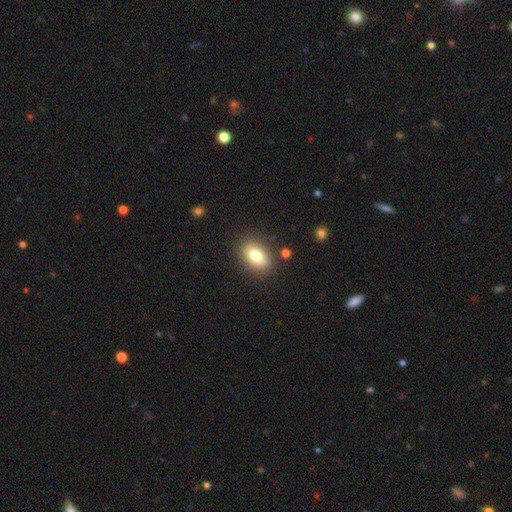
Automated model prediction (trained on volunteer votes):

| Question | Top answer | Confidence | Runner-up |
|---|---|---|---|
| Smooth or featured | smooth | 77% | featured or disk (14%) |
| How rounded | in between | 83% | round (14%) |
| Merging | none | 85% | minor disturbance (9%) |